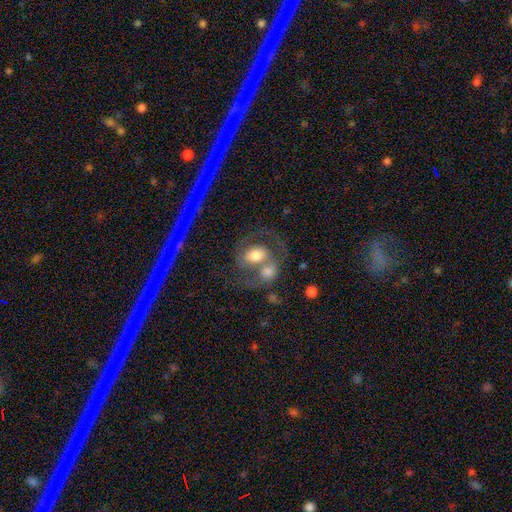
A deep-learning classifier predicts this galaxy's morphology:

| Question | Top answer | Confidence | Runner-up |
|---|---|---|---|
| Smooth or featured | featured or disk | 56% | smooth (35%) |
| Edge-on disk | no | 96% | yes (4%) |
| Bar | no | 62% | weak (27%) |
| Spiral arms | yes | 64% | no (36%) |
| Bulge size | moderate | 56% | large (25%) |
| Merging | merger | 46% | none (31%) |